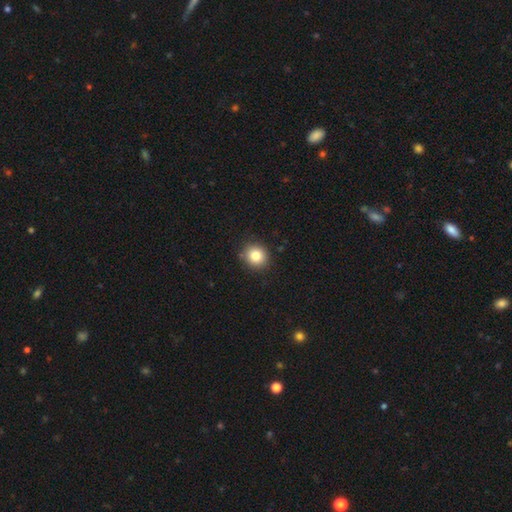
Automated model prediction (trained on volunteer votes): Smooth or featured?
  - smooth: 82% *
  - star or artifact: 11%
  - featured or disk: 8%
How rounded?
  - round: 85% *
  - in between: 14%
  - cigar-shaped: 1%
Merging?
  - none: 88% *
  - minor disturbance: 8%
  - major disturbance: 2%
  - merger: 2%